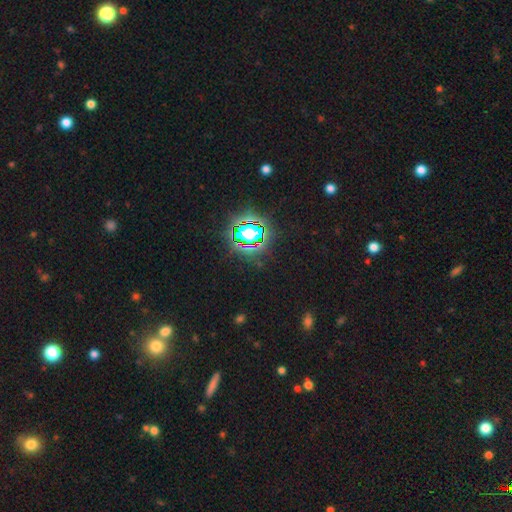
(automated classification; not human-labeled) This is likely a star or artifact rather than a galaxy (79%).